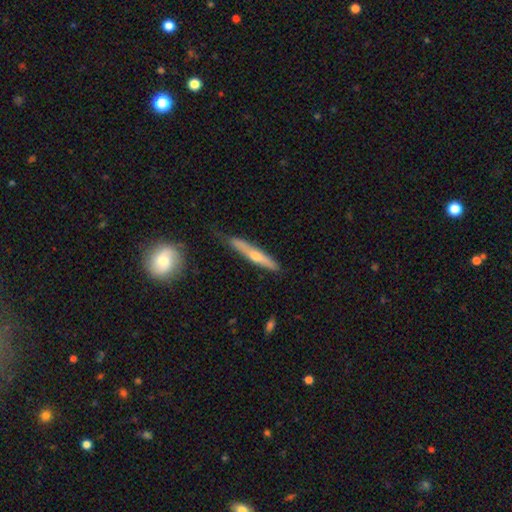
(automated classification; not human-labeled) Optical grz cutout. It shows a featured or disk galaxy (63%) viewed edge-on (94%) with a rounded central bulge (81%). Merging: none (83%).